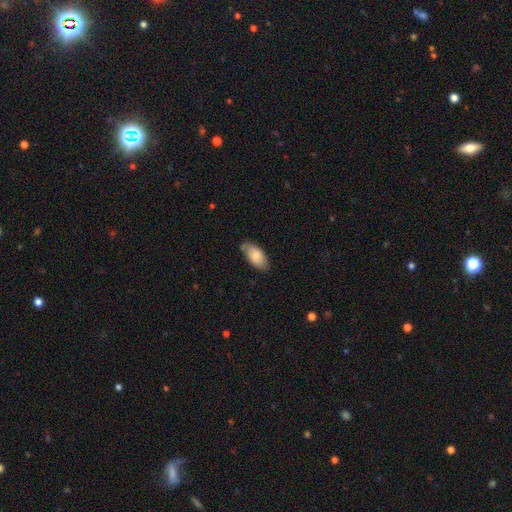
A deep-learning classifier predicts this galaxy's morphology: smooth 83%, featured or disk 11%, star or artifact 6%. Down the decision tree: how rounded — in between (92%); merging — none (73%).